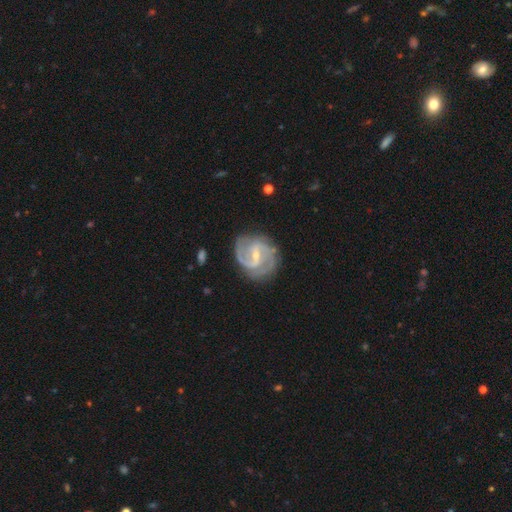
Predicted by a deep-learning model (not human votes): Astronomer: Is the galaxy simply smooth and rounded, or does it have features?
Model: featured or disk — 90%.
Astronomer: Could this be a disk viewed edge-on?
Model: no — 98%.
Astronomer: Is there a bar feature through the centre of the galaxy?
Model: weak — 54% (runner-up: strong, 30%).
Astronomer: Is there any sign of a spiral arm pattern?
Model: yes — 97%.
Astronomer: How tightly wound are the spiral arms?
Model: medium — 55%.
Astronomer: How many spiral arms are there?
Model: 2 — 74%.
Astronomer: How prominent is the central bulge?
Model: small — 67%.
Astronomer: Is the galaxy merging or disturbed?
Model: none — 74%.